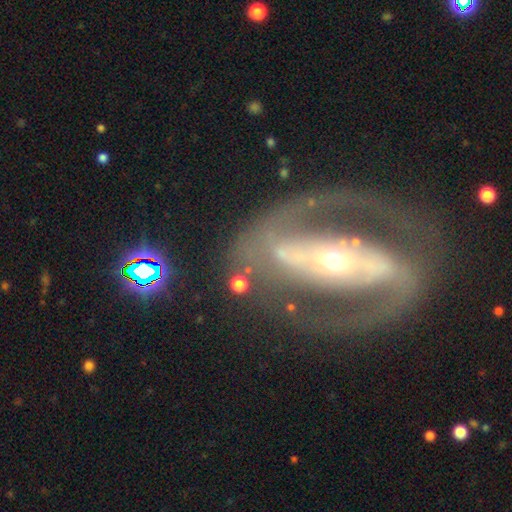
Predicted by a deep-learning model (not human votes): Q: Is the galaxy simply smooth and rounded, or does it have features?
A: featured or disk — 89%.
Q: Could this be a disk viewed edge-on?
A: no — 95%.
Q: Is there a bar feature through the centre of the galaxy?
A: strong — 63%.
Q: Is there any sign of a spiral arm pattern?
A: yes — 91%.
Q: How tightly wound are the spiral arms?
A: medium — 52%.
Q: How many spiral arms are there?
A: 2 — 91%.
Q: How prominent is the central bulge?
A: moderate — 52%.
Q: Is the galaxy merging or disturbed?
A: none — 74%.